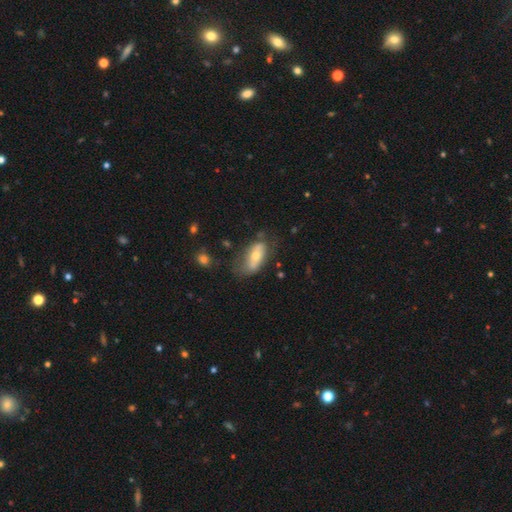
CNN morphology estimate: A smooth galaxy with no disk features (51%) that is in between round and cigar-shaped (84%). Merging: none (52%).